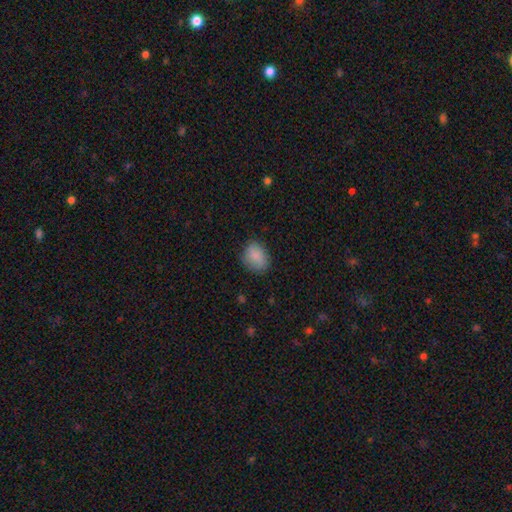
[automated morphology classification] smooth_or_featured: smooth (p=0.86) [alt: star or artifact p=0.08]
how_rounded: in between (p=0.57) [alt: round p=0.42]
merging: none (p=0.76) [alt: minor disturbance p=0.18]